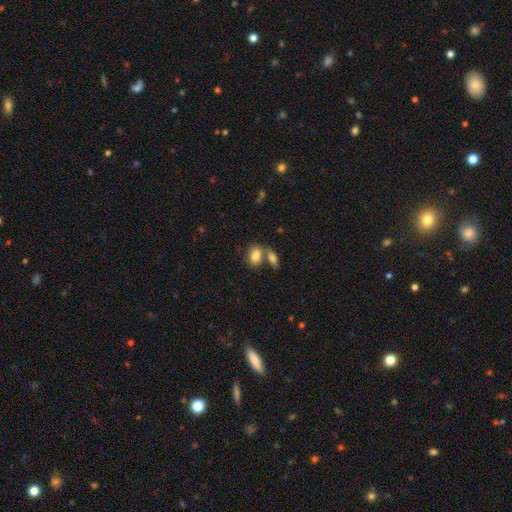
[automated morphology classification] A smooth galaxy with no disk features (84%) that is in between round and cigar-shaped (84%).

Vote fractions:
- Smooth or featured? smooth: 84% / featured or disk: 8% / star or artifact: 7%
- How rounded? in between: 84% / round: 14% / cigar-shaped: 2%
- Merging? none: 46% / merger: 41% / minor disturbance: 10% / major disturbance: 3%